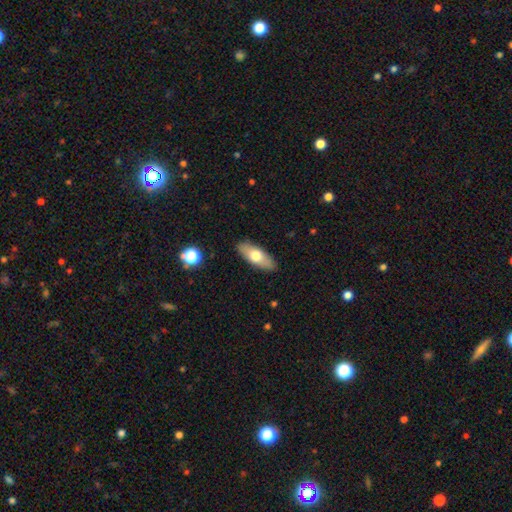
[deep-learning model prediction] Morphology: type=smooth (65%); roundness=in between (75%); merging=none (88%).